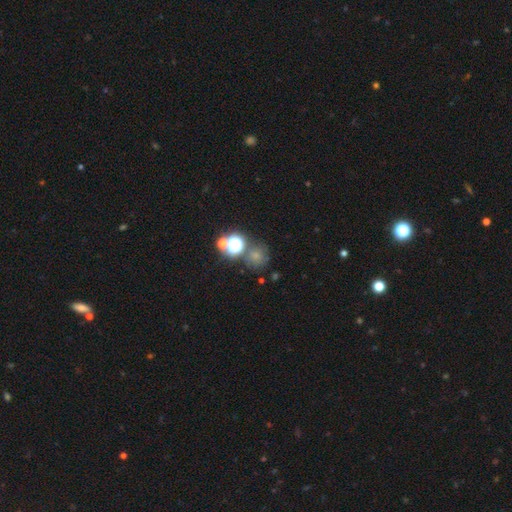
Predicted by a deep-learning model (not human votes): This appears to be a smooth galaxy with no disk features (61%) that is round (86%). Merging: none (61%).